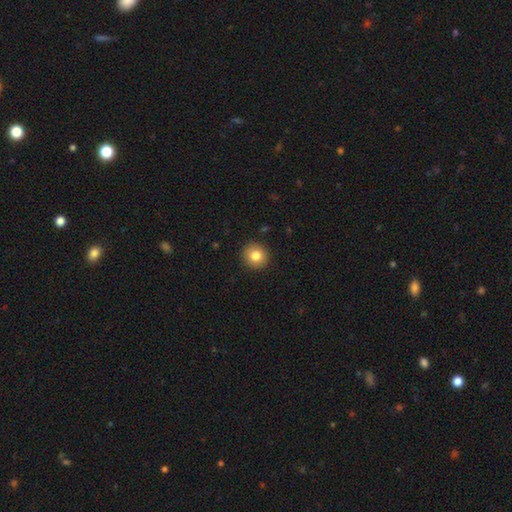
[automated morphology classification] A smooth galaxy with no disk features (81%) that is round (92%).

Vote fractions:
- Smooth or featured? smooth: 81% / star or artifact: 10% / featured or disk: 9%
- How rounded? round: 92% / in between: 7% / cigar-shaped: 1%
- Merging? none: 92% / minor disturbance: 5% / major disturbance: 2% / merger: 1%